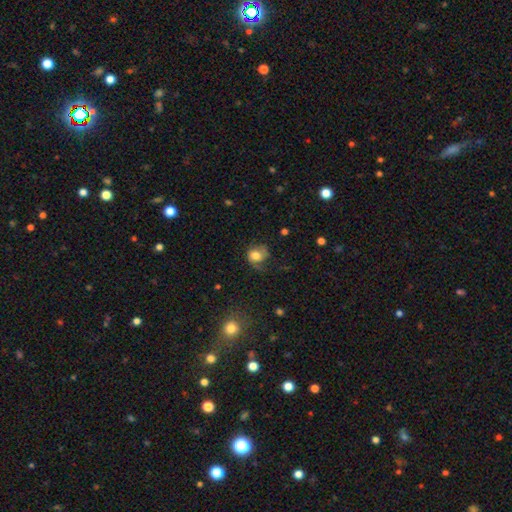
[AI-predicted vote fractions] Smooth or featured? Predicted: smooth (p=0.70). How rounded? Predicted: round (p=0.66). Merging? Predicted: none (p=0.42).